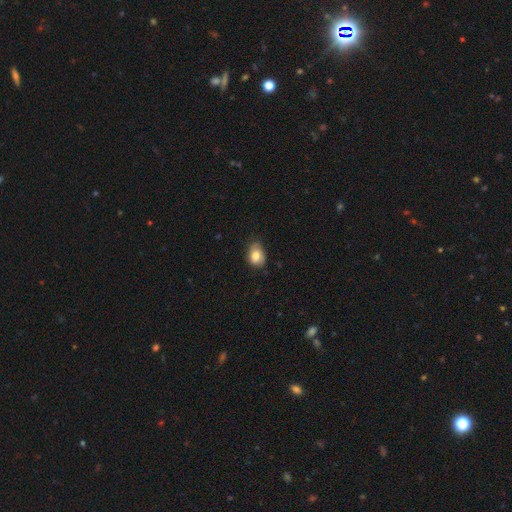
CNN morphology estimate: Smooth or featured?
  - smooth: 79% *
  - featured or disk: 13%
  - star or artifact: 8%
How rounded?
  - in between: 73% *
  - round: 26%
  - cigar-shaped: 1%
Merging?
  - none: 66% *
  - minor disturbance: 28%
  - major disturbance: 5%
  - merger: 1%